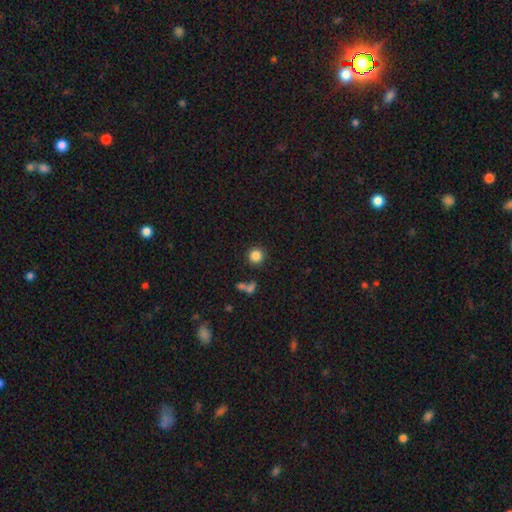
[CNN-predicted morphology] Overall: smooth (85%). How rounded: round (94%). Merging: none (83%).